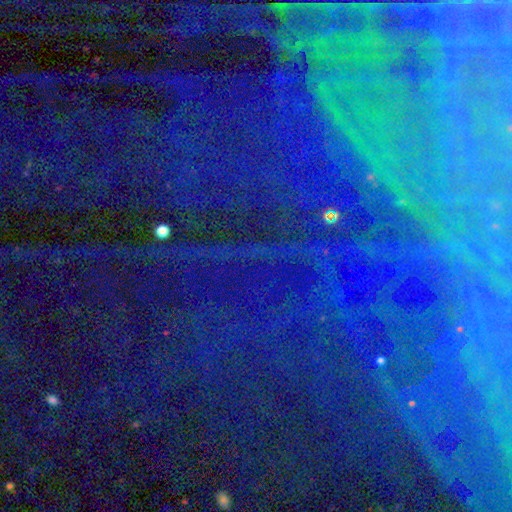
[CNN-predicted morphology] smooth-or-featured: star or artifact: 83% | featured or disk: 9% | smooth: 8%